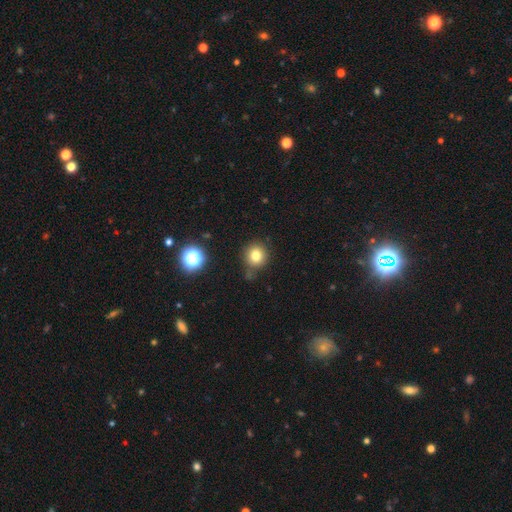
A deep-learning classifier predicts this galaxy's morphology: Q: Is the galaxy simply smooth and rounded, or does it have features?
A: smooth — 79%.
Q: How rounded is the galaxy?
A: round — 89%.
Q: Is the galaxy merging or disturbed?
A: none — 77%.